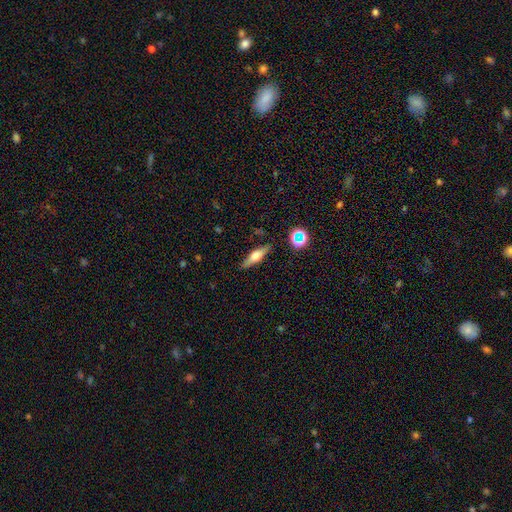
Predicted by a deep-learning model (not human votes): featured or disk 46%, smooth 44%, star or artifact 9%. Down the decision tree: merging — none (85%).